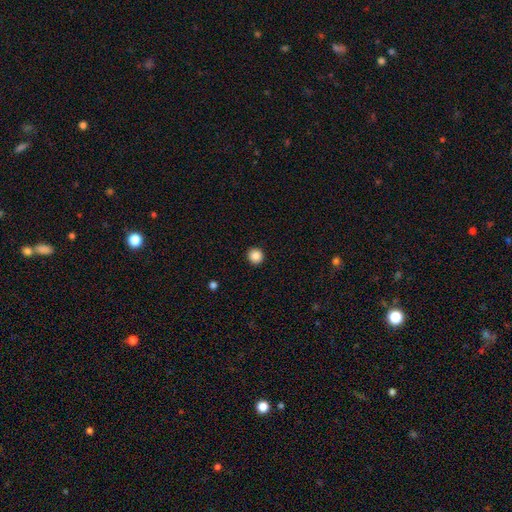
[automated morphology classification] Q: Smooth or featured?
A: smooth (87%); runner-up: star or artifact (10%)
Q: How rounded?
A: round (95%); runner-up: in between (4%)
Q: Merging?
A: none (93%); runner-up: minor disturbance (4%)